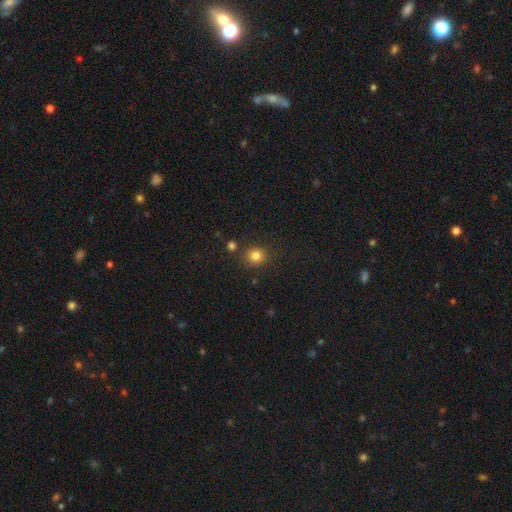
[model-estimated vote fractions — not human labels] Smooth or featured: smooth — 82% (star or artifact — 13%)
How rounded: round — 83% (in between — 16%)
Merging: none — 84% (minor disturbance — 9%)